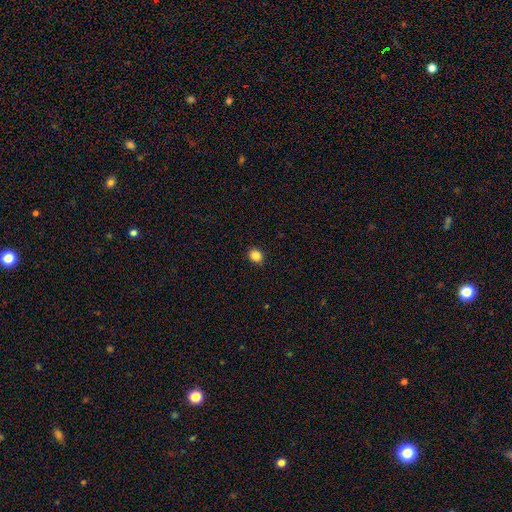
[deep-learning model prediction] This is clearly a smooth galaxy (86%). How rounded: likely round (76%). Merging: clearly none (91%).